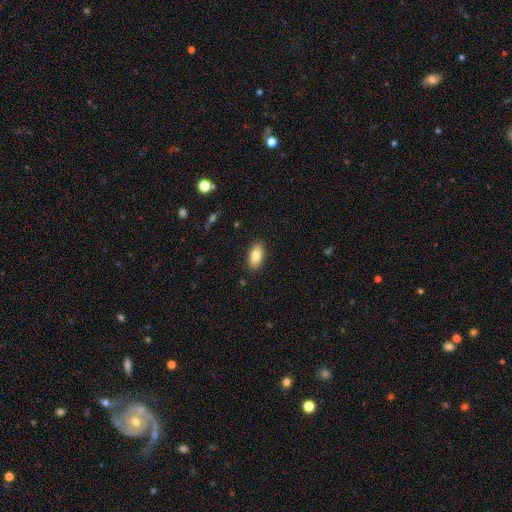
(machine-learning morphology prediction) Smooth or featured? Predicted: smooth (p=0.83). How rounded? Predicted: in between (p=0.92). Merging? Predicted: none (p=0.88).